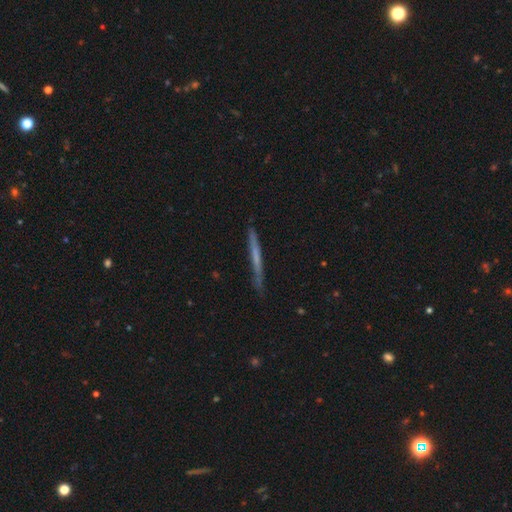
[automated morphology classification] featured or disk 49%, smooth 44%, star or artifact 6%. Down the decision tree: merging — none (84%).